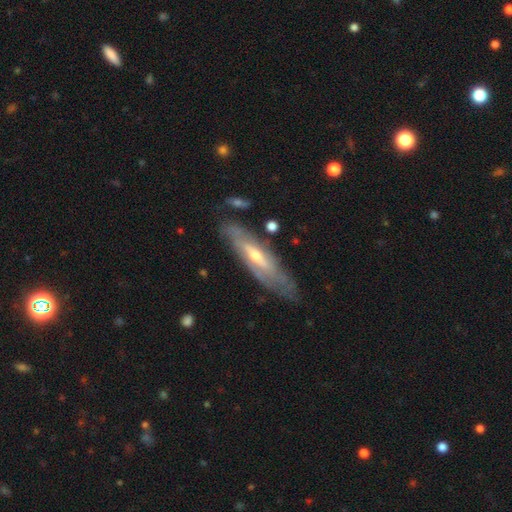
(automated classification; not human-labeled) Overall: featured or disk (74%). Edge-on disk: no (57%; yes 43%). Merging: none (75%).